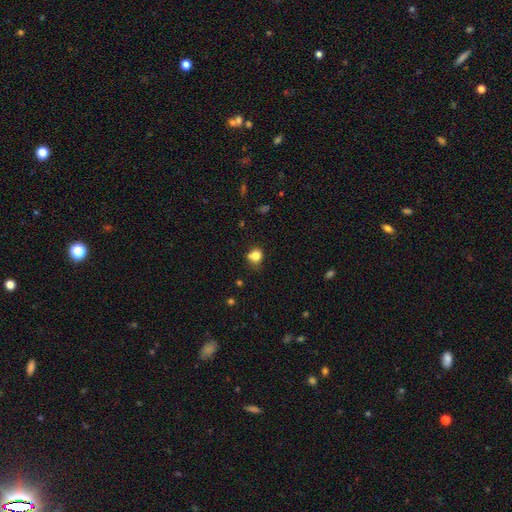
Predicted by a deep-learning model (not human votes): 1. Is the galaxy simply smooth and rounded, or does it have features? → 80% smooth, 12% star or artifact, 8% featured or disk.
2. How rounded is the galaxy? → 74% round, 25% in between, 1% cigar-shaped.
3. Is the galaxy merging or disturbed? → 56% none, 27% minor disturbance, 9% merger, 8% major disturbance.